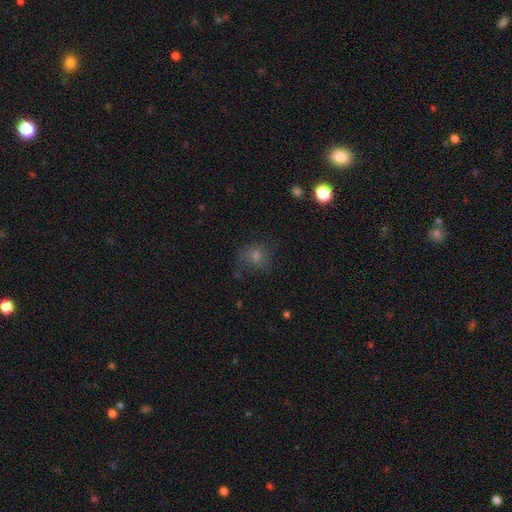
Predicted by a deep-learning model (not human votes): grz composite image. It shows a smooth galaxy with no disk features (56%) that is round (78%). Merging: none (68%).